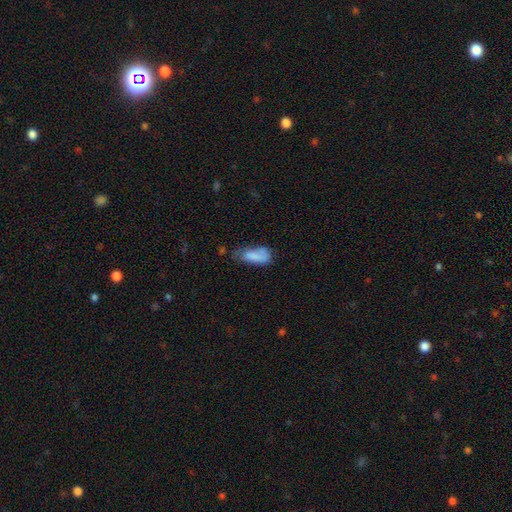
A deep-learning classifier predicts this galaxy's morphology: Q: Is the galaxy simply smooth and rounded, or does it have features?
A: smooth — 79%.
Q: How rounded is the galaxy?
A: in between — 83%.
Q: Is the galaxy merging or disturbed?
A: minor disturbance — 38%.